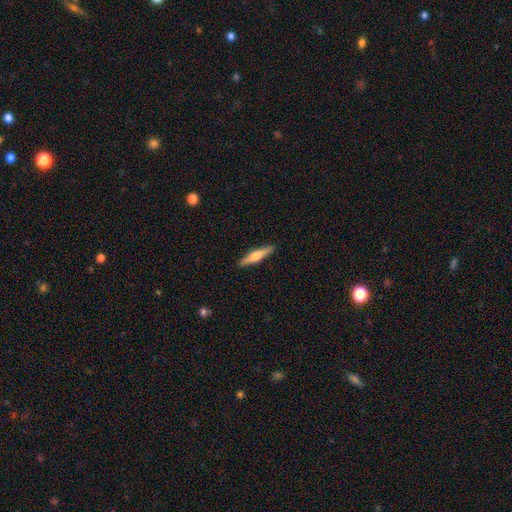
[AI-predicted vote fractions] Smooth or featured?
  - featured or disk: 50% *
  - smooth: 44%
  - star or artifact: 5%
Edge-on disk?
  - yes: 96% *
  - no: 4%
Merging?
  - none: 91% *
  - minor disturbance: 6%
  - major disturbance: 1%
  - merger: 1%